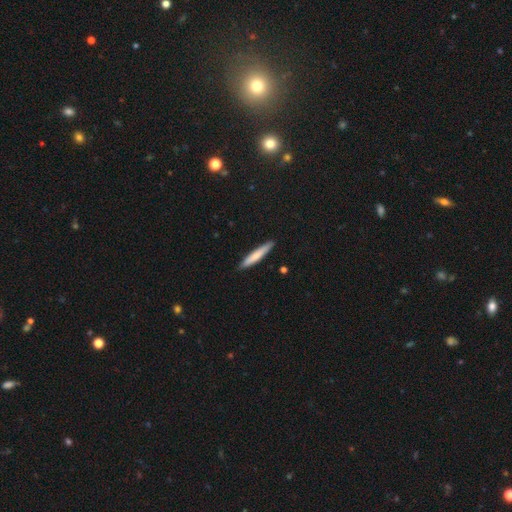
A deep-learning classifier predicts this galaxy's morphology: smooth-or-featured: smooth: 72% | featured or disk: 23% | star or artifact: 5%
  how-rounded: cigar-shaped: 93% | in between: 6% | round: 1%
  merging: none: 90% | minor disturbance: 8% | major disturbance: 1% | merger: 1%